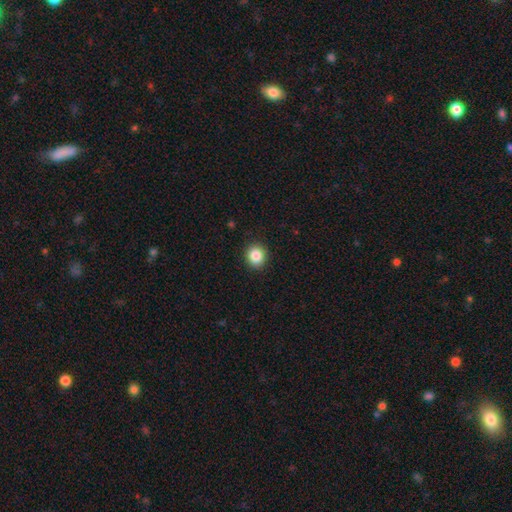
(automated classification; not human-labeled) Smooth or featured: smooth — 86% (star or artifact — 10%)
How rounded: round — 84% (in between — 15%)
Merging: none — 91% (minor disturbance — 6%)